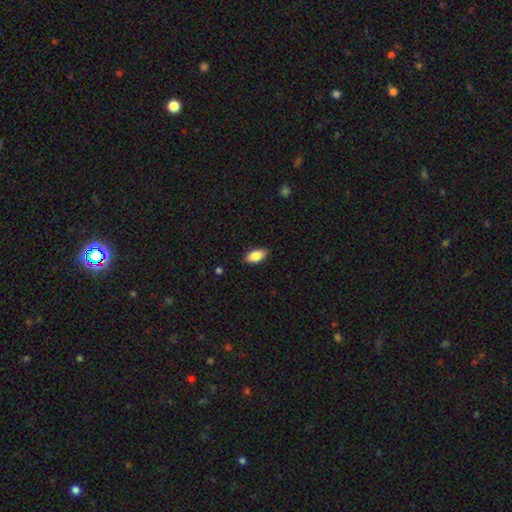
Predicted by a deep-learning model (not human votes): smooth 86%, star or artifact 7%, featured or disk 7%. Down the decision tree: how rounded — in between (93%); merging — none (87%).